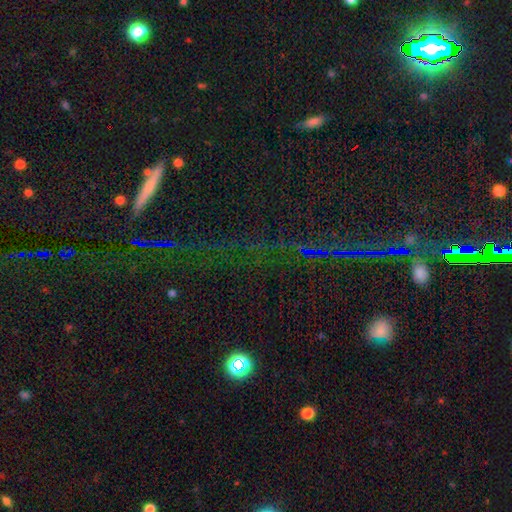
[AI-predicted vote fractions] smooth_or_featured: star or artifact (p=0.75) [alt: smooth p=0.14]